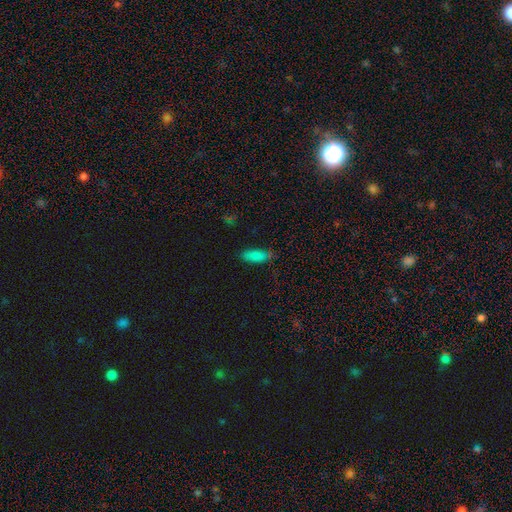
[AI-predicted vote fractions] smooth_or_featured: smooth (p=0.84) [alt: star or artifact p=0.10]
how_rounded: in between (p=0.75) [alt: cigar-shaped p=0.23]
merging: none (p=0.74) [alt: minor disturbance p=0.18]